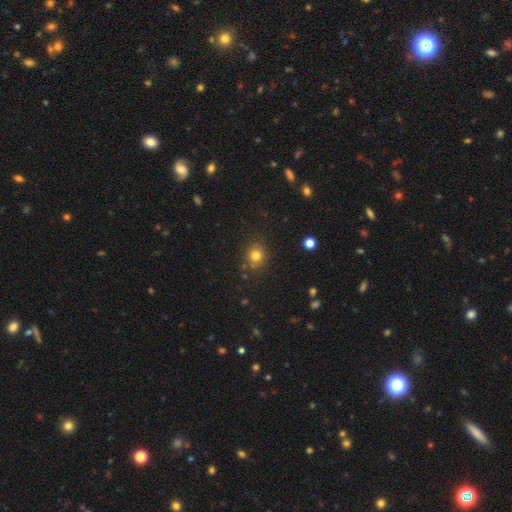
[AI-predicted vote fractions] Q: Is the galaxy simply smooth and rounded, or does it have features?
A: smooth — 79%.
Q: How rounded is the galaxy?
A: round — 84%.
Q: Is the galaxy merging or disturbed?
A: none — 80%.